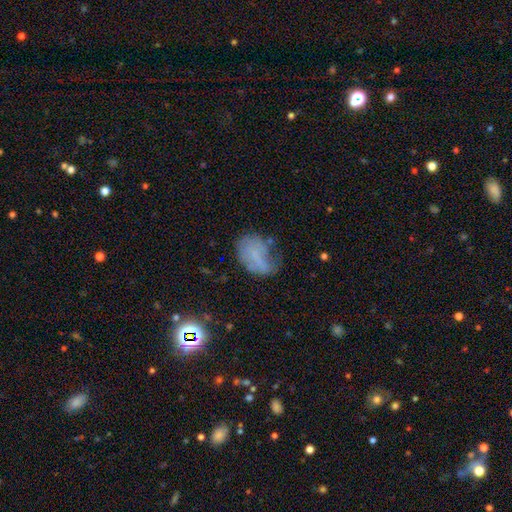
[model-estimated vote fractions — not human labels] Overall: smooth (56%; featured or disk 28%). How rounded: in between (78%). Merging: none (39%; minor disturbance 32%).